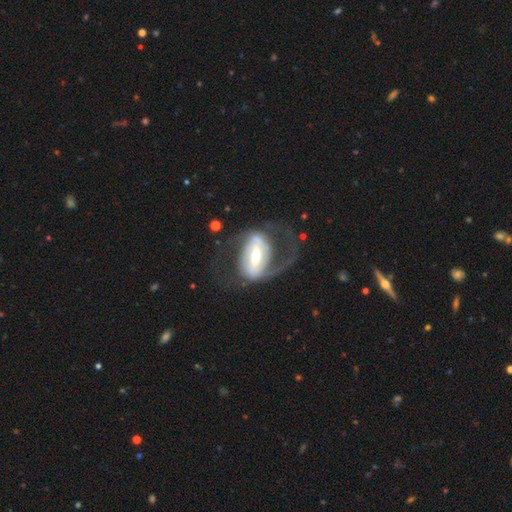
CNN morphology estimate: Smooth or featured: featured or disk — 82% (smooth — 13%)
Edge-on disk: no — 94% (yes — 6%)
Bar: strong — 61% (weak — 29%)
Spiral arms: yes — 87% (no — 13%)
Spiral winding: medium — 42% (loose — 41%)
Spiral arm count: 2 — 75% (1 — 15%)
Bulge size: moderate — 58% (small — 27%)
Merging: none — 49% (major disturbance — 34%)